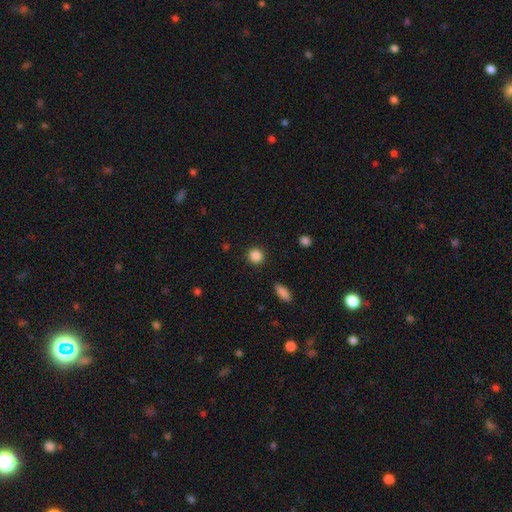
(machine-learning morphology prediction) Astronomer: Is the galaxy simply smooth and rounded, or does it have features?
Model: smooth — 87%.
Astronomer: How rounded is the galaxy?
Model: round — 92%.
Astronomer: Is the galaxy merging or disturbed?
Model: none — 90%.